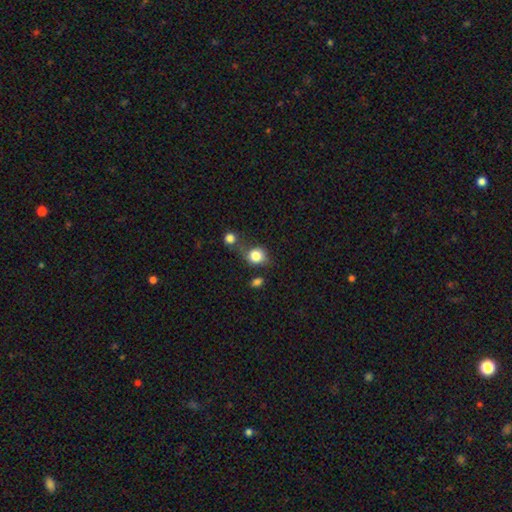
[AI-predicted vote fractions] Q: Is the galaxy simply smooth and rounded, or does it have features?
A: smooth — 82%.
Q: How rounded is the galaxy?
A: round — 75%.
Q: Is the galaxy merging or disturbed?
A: none — 55%.